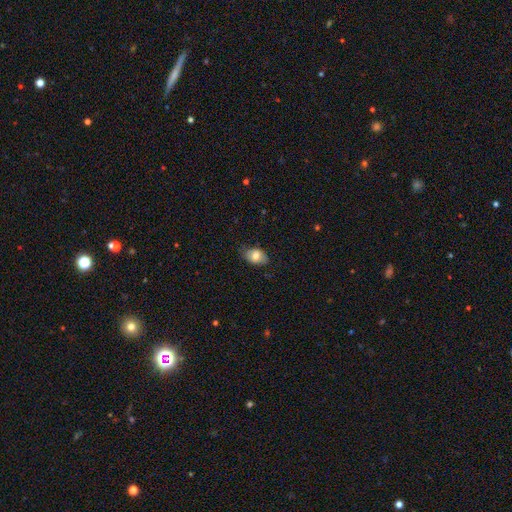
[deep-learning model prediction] This appears to be a smooth galaxy with no disk features (78%) that is in between round and cigar-shaped (83%). Merging: none (76%).